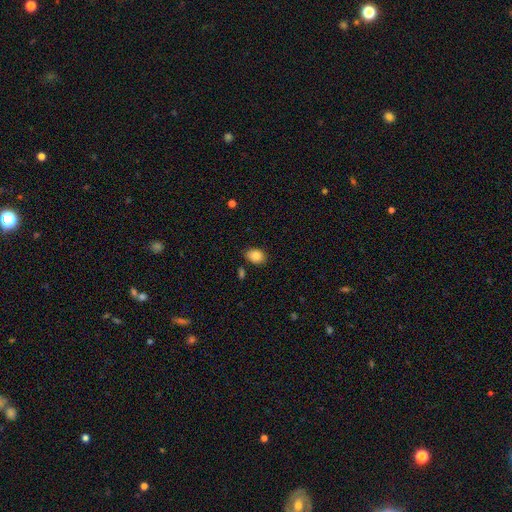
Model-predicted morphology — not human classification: This is clearly a smooth galaxy (87%). How rounded: likely in between (72%). Merging: clearly none (80%).